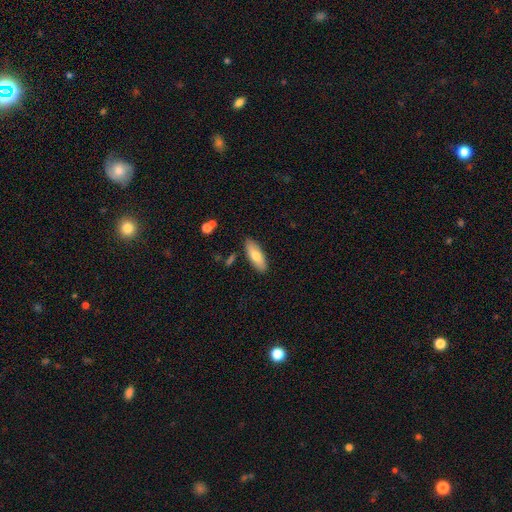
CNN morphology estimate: Q: Smooth or featured?
A: smooth (73%); runner-up: featured or disk (21%)
Q: How rounded?
A: in between (72%); runner-up: cigar-shaped (26%)
Q: Merging?
A: none (86%); runner-up: minor disturbance (10%)